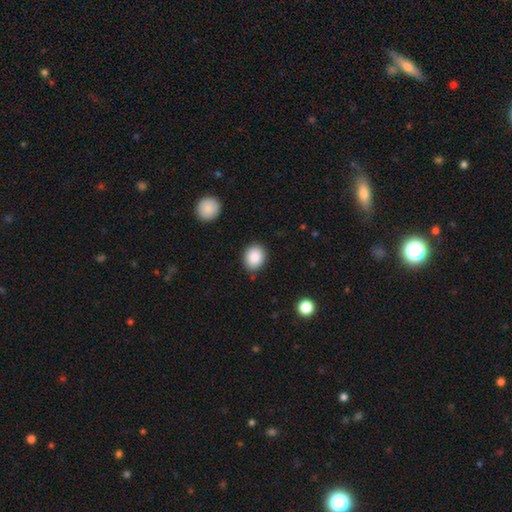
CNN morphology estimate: Smooth or featured? smooth (88%)
How rounded? round (52%)
Merging? none (85%)